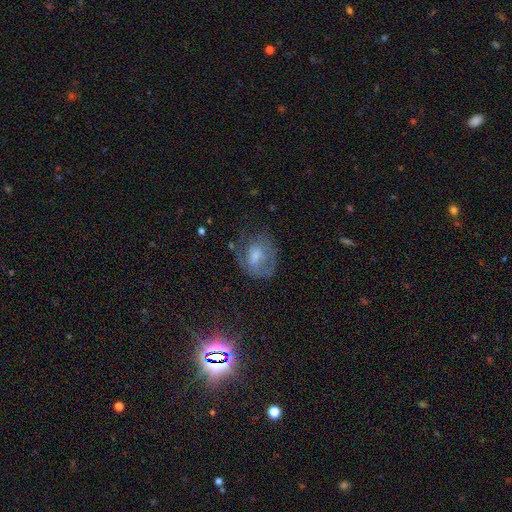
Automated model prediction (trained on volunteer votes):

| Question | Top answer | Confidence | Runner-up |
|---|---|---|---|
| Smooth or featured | featured or disk | 55% | smooth (34%) |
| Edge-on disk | no | 97% | yes (3%) |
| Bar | no | 55% | weak (37%) |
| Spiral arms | yes | 68% | no (32%) |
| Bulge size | small | 39% | moderate (36%) |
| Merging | none | 49% | minor disturbance (24%) |